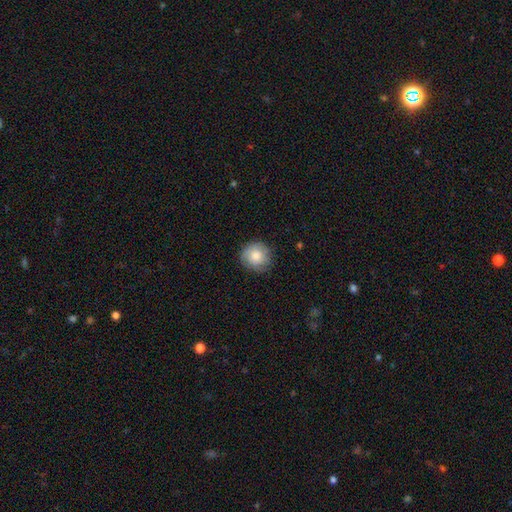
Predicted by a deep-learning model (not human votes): Smooth or featured? Predicted: smooth (p=0.76). How rounded? Predicted: round (p=0.92). Merging? Predicted: none (p=0.81).